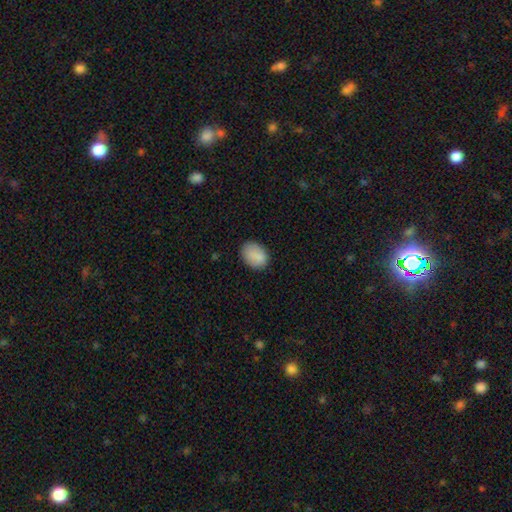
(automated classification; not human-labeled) smooth 87%, star or artifact 8%, featured or disk 6%. Down the decision tree: how rounded — in between (71%); merging — none (79%).